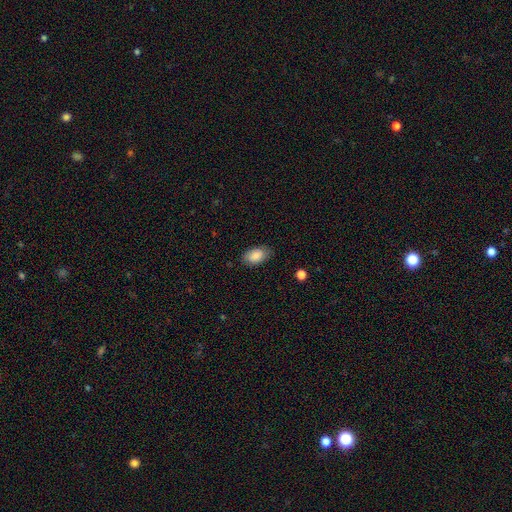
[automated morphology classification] A smooth galaxy with no disk features (88%) that is in between round and cigar-shaped (92%). Merging: none (80%).